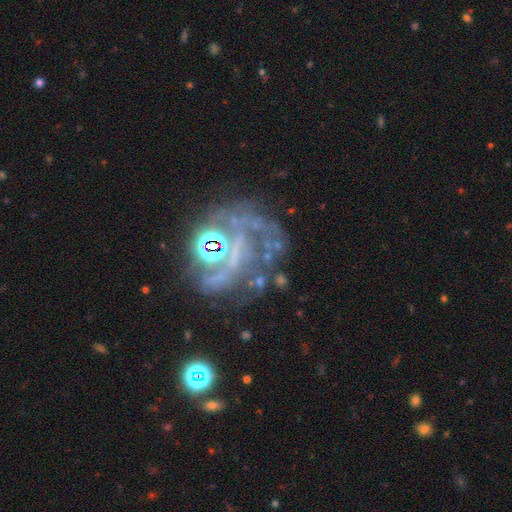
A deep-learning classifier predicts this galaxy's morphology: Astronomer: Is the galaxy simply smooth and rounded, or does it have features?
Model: featured or disk — 62%.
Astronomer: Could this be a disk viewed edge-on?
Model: no — 97%.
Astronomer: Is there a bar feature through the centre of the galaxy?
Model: no — 64%.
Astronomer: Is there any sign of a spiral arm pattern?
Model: yes — 58% (runner-up: no, 42%).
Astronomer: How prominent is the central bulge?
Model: none — 55%.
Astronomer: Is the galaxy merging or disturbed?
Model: none — 43% (runner-up: major disturbance, 33%).